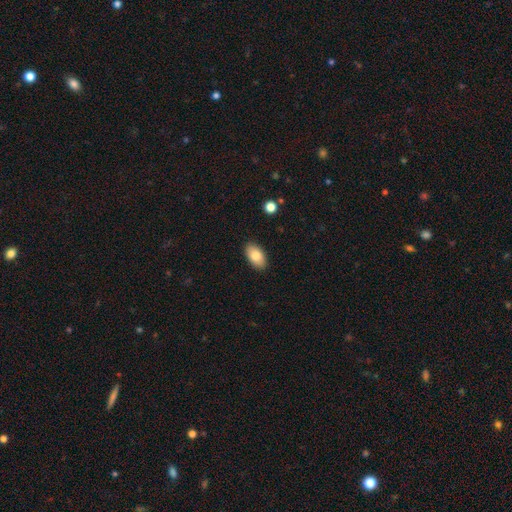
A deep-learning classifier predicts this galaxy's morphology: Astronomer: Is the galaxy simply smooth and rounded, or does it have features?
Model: smooth — 84%.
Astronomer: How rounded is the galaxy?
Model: in between — 94%.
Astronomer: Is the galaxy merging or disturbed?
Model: none — 89%.